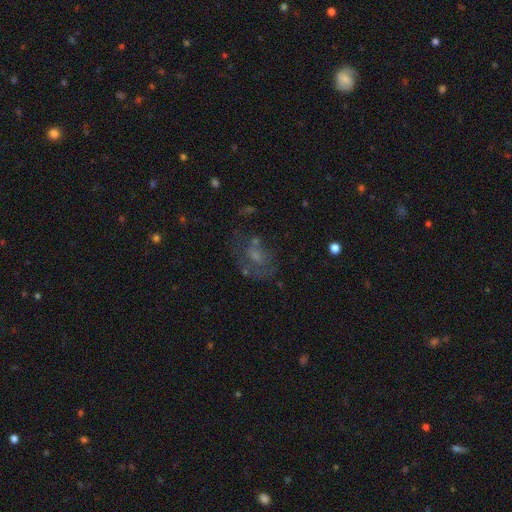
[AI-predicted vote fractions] This is marginally a featured or disk galaxy (44%). Merging: marginally none (38%).